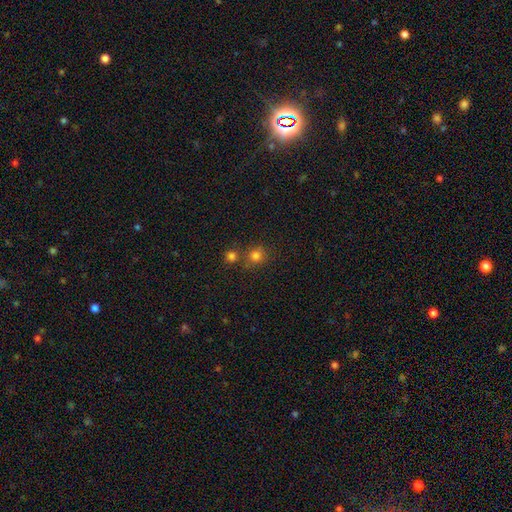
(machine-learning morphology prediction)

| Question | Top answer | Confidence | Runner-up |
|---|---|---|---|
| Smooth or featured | smooth | 78% | star or artifact (16%) |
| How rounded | round | 87% | in between (12%) |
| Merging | none | 67% | merger (21%) |